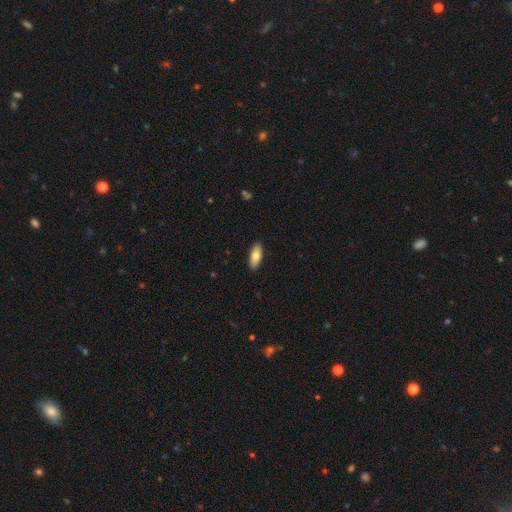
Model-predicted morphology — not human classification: smooth-or-featured: smooth: 80% | featured or disk: 14% | star or artifact: 6%
  how-rounded: in between: 81% | cigar-shaped: 17% | round: 2%
  merging: none: 90% | minor disturbance: 7% | major disturbance: 2% | merger: 1%